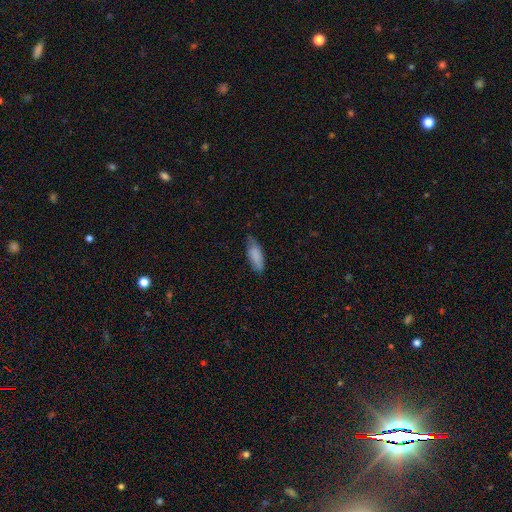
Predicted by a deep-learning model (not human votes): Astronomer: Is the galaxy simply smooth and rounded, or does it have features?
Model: smooth — 84%.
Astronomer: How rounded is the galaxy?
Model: in between — 68%.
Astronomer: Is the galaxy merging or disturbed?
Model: none — 63%.